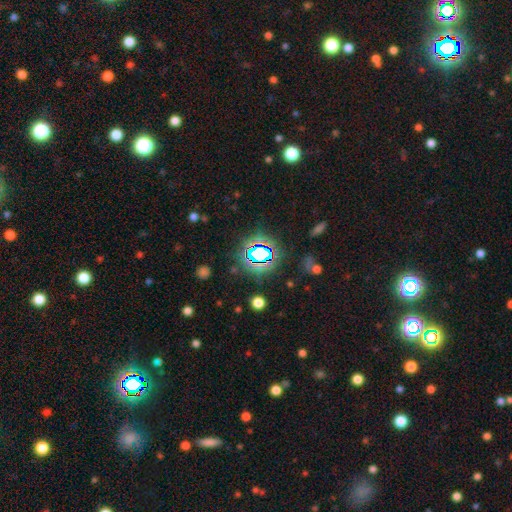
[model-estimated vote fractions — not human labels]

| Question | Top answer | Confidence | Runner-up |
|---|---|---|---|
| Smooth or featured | star or artifact | 70% | smooth (20%) |